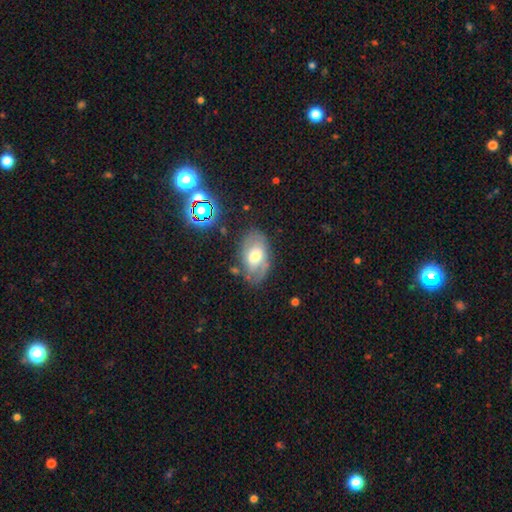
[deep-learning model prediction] Smooth or featured: featured or disk — 46% (smooth — 45%)
Merging: none — 68% (minor disturbance — 21%)